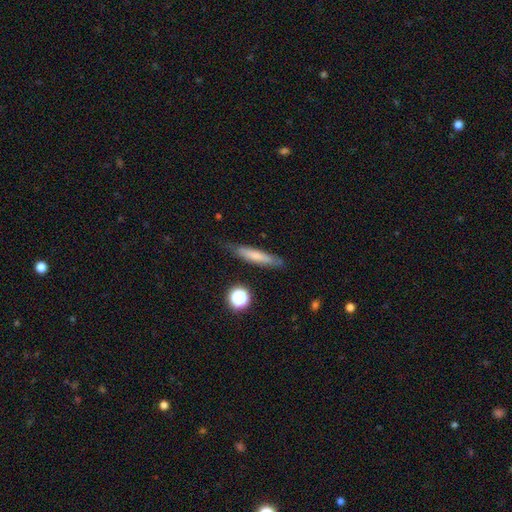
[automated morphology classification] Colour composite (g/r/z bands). It shows a smooth galaxy with no disk features (67%) that is cigar-shaped (89%). Merging: none (79%).